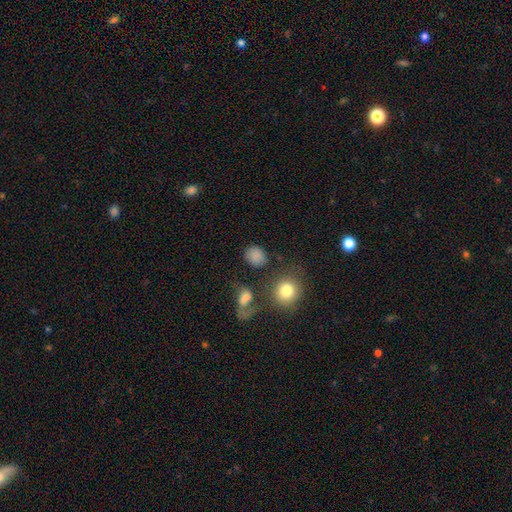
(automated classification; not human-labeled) Overall: smooth (83%). How rounded: round (64%; in between 34%). Merging: none (71%).